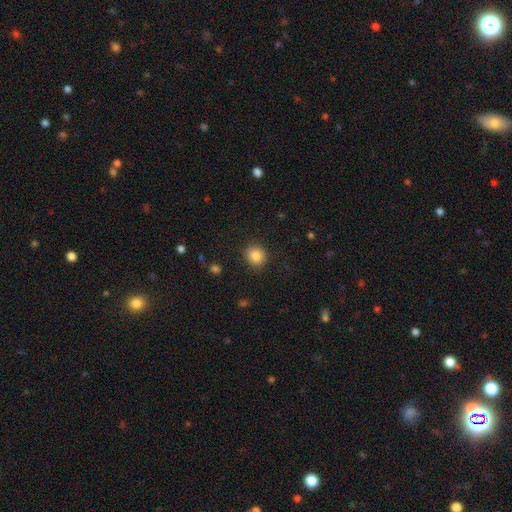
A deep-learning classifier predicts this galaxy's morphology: smooth 85%, star or artifact 10%, featured or disk 5%. Down the decision tree: how rounded — round (84%); merging — none (88%).